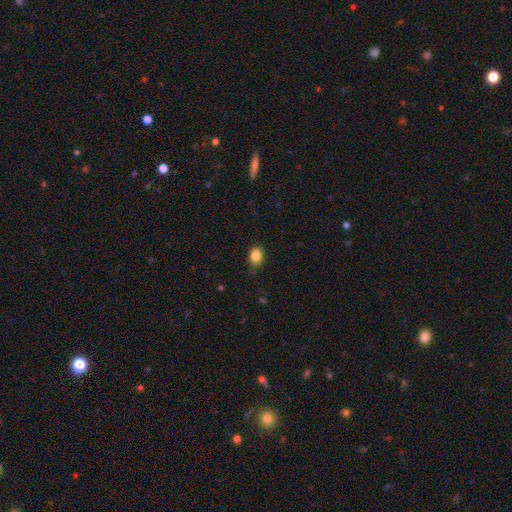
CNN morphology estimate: Smooth or featured? Predicted: smooth (p=0.85). How rounded? Predicted: in between (p=0.62). Merging? Predicted: none (p=0.84).